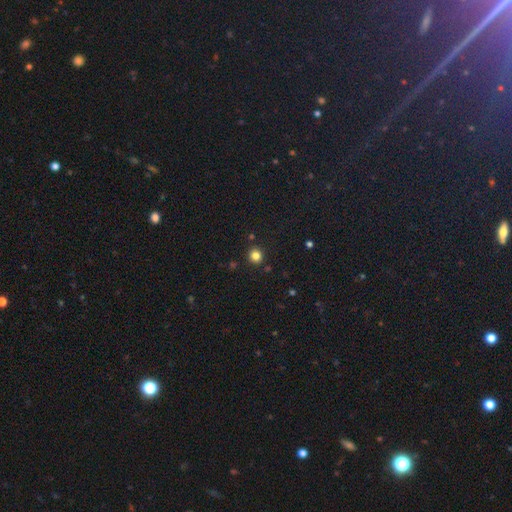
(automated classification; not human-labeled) smooth-or-featured: smooth: 82% | star or artifact: 14% | featured or disk: 5%
  how-rounded: round: 89% | in between: 10% | cigar-shaped: 1%
  merging: none: 90% | minor disturbance: 6% | merger: 2% | major disturbance: 2%